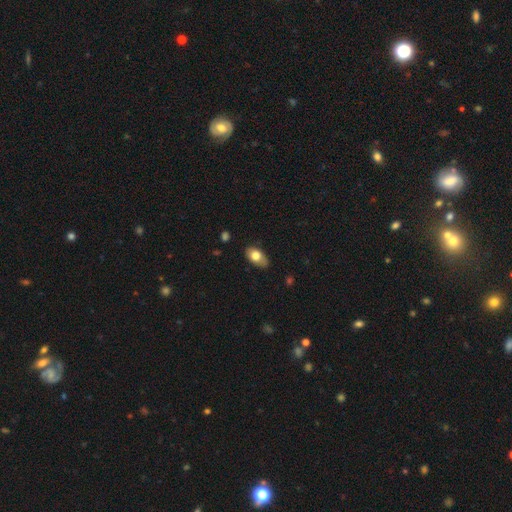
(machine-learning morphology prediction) Smooth or featured: smooth — 75% (featured or disk — 18%)
How rounded: in between — 90% (round — 7%)
Merging: none — 77% (minor disturbance — 18%)